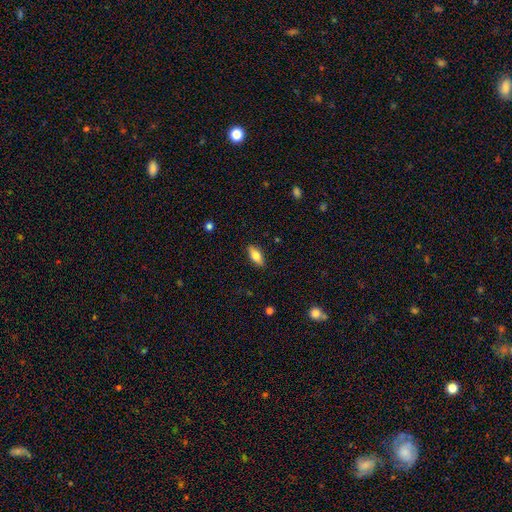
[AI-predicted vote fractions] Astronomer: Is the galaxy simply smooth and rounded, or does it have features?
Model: smooth — 77%.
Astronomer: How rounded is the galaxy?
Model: in between — 81%.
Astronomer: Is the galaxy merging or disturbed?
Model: none — 88%.